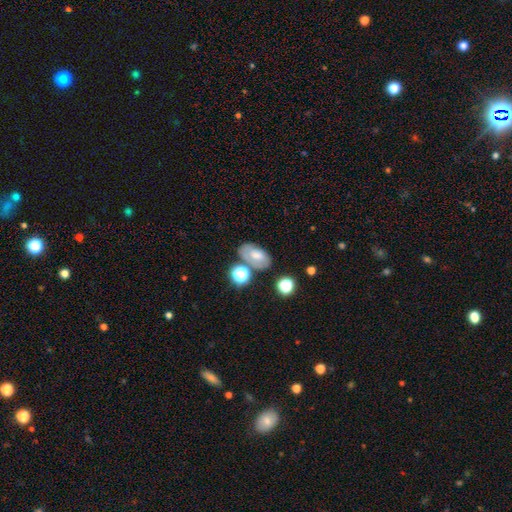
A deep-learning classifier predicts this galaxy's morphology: Smooth or featured: smooth — 58% (featured or disk — 28%)
How rounded: in between — 89% (round — 9%)
Merging: none — 60% (minor disturbance — 19%)